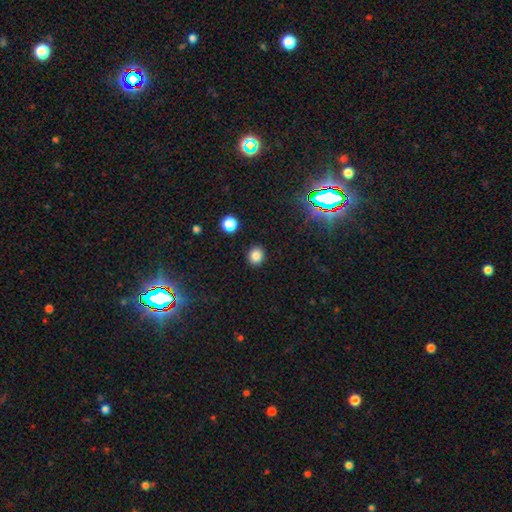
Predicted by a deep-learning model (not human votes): smooth-or-featured: smooth: 84% | star or artifact: 12% | featured or disk: 4%
  how-rounded: round: 74% | in between: 25% | cigar-shaped: 1%
  merging: none: 90% | minor disturbance: 6% | major disturbance: 2% | merger: 2%